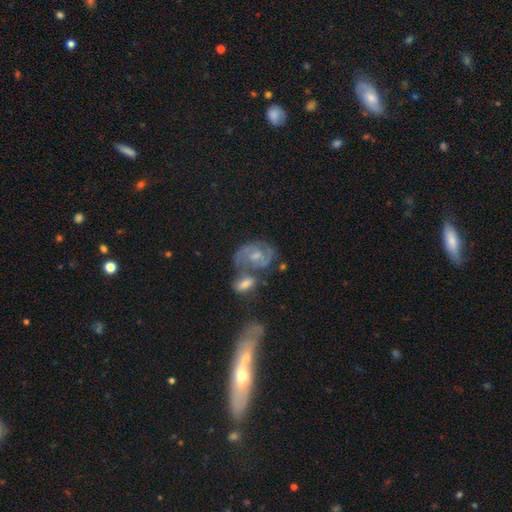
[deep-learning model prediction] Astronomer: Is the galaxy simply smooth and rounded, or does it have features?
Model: featured or disk — 78%.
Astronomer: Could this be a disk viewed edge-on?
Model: no — 97%.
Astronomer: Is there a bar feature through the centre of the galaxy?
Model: no — 53% (runner-up: weak, 39%).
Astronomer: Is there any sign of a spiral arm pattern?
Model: yes — 90%.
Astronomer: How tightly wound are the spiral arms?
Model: medium — 49% (runner-up: tight, 38%).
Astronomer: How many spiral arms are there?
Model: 2 — 78%.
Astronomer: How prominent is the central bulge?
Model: moderate — 49% (runner-up: small, 36%).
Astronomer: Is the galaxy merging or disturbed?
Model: none — 43% (runner-up: merger, 32%).